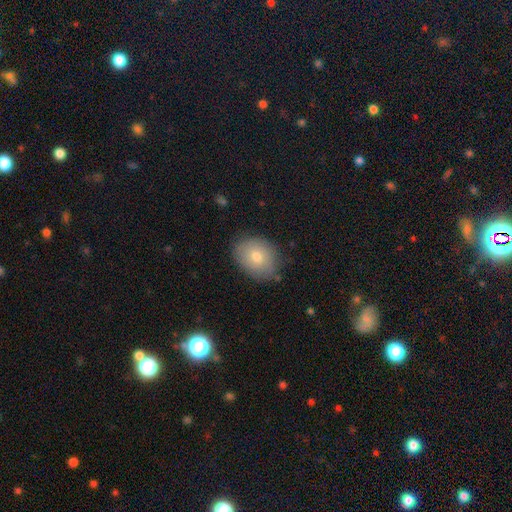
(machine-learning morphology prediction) A smooth galaxy with no disk features (74%) that is in between round and cigar-shaped (55%). Merging: none (79%).